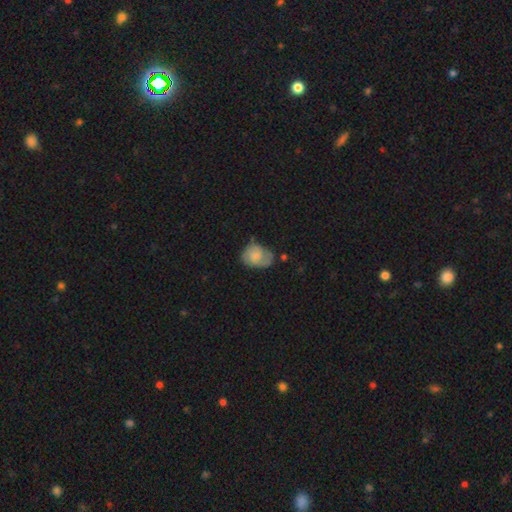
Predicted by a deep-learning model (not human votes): Smooth or featured: smooth — 54% (featured or disk — 38%)
How rounded: in between — 66% (round — 33%)
Merging: none — 45% (minor disturbance — 35%)